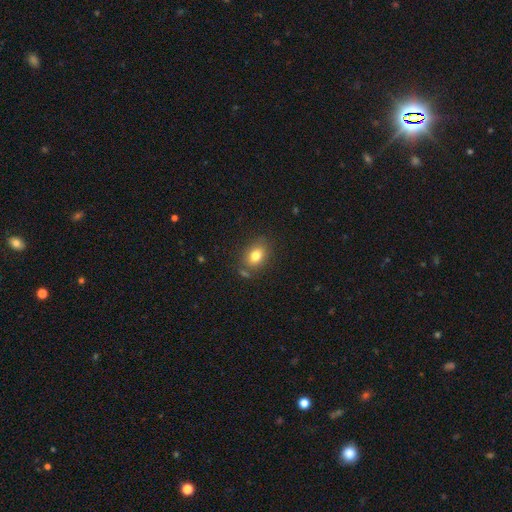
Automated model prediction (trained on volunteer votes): This appears to be a smooth galaxy with no disk features (80%) that is in between round and cigar-shaped (74%). Merging: none (76%).